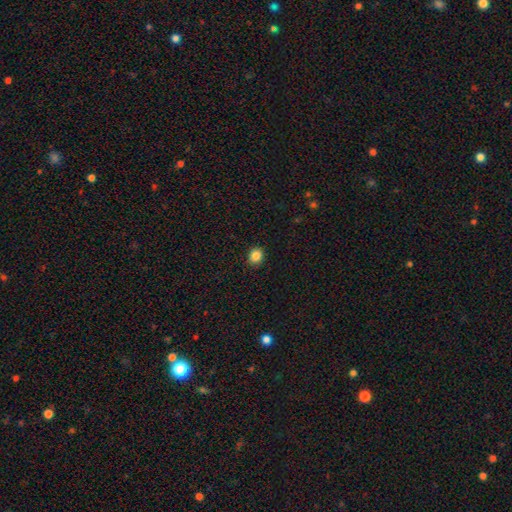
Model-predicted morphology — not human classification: This appears to be a smooth galaxy with no disk features (85%) that is round (66%). Merging: none (91%).